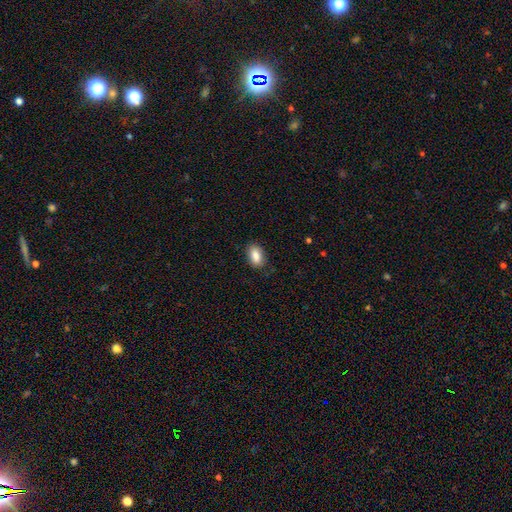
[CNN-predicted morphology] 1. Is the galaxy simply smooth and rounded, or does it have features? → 87% smooth, 7% star or artifact, 6% featured or disk.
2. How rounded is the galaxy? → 90% in between, 7% round, 3% cigar-shaped.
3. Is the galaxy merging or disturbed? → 86% none, 11% minor disturbance, 2% major disturbance, 1% merger.